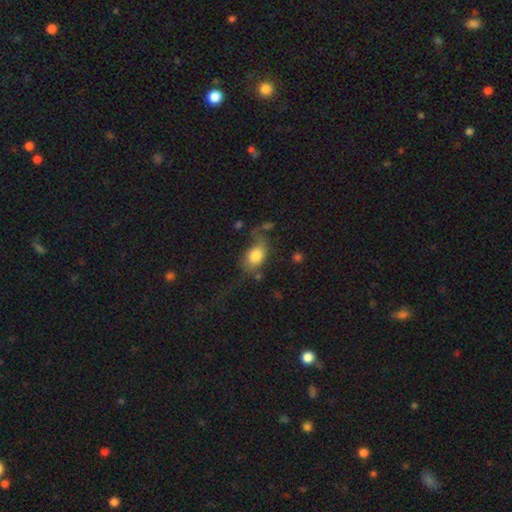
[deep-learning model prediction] Morphology: type=smooth (78%); roundness=in between (80%); merging=none (42%).